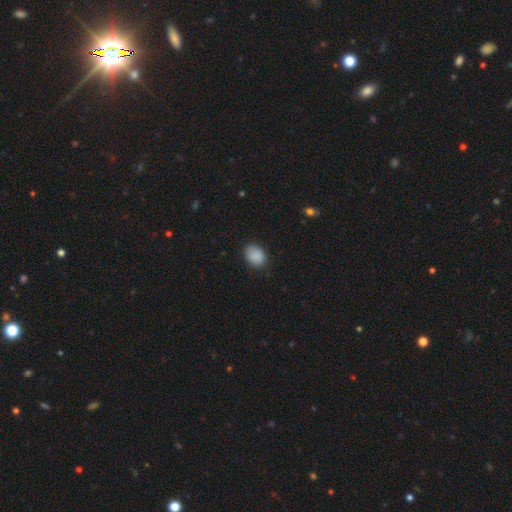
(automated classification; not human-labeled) smooth-or-featured: smooth: 88% | star or artifact: 8% | featured or disk: 4%
  how-rounded: in between: 60% | round: 39% | cigar-shaped: 1%
  merging: none: 80% | minor disturbance: 16% | major disturbance: 3% | merger: 1%